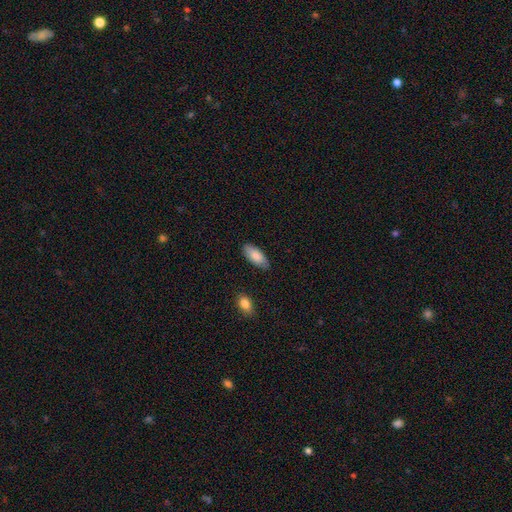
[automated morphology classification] smooth-or-featured: smooth: 85% | featured or disk: 9% | star or artifact: 6%
  how-rounded: in between: 89% | cigar-shaped: 10% | round: 2%
  merging: none: 82% | minor disturbance: 14% | major disturbance: 2% | merger: 1%